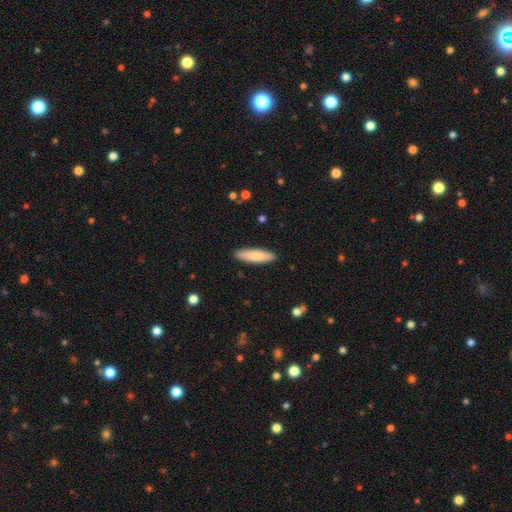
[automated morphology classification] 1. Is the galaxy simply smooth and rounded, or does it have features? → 83% smooth, 12% featured or disk, 5% star or artifact.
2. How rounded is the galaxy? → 64% cigar-shaped, 35% in between, 1% round.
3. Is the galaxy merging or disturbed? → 90% none, 7% minor disturbance, 2% major disturbance, 1% merger.